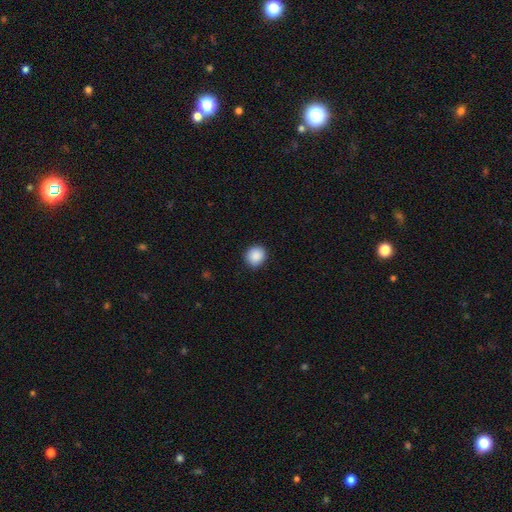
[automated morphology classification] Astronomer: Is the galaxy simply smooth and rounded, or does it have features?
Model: smooth — 90%.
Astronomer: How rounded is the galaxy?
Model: round — 86%.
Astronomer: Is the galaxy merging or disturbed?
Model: none — 90%.